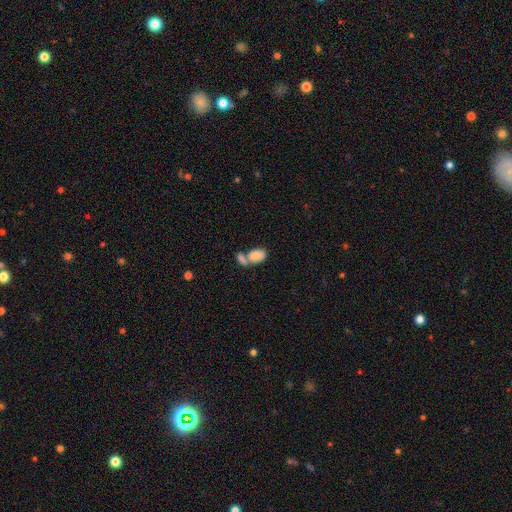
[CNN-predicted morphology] smooth 79%, featured or disk 13%, star or artifact 7%. Down the decision tree: how rounded — in between (90%); merging — merger (51%).